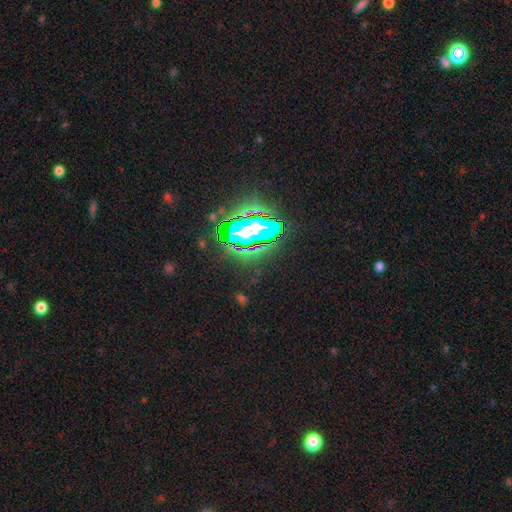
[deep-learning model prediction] star or artifact 60%, featured or disk 22%, smooth 18%.